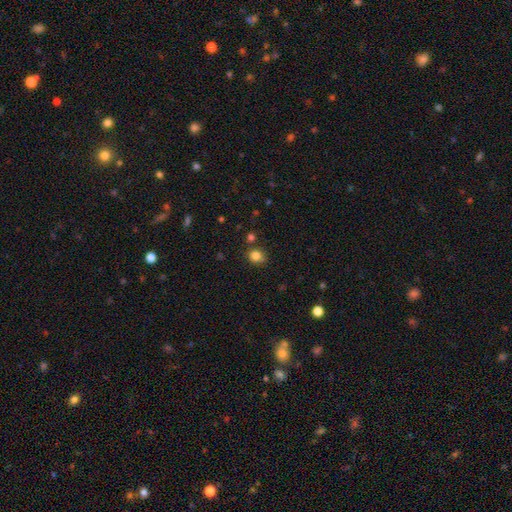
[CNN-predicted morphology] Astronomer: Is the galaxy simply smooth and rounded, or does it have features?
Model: smooth — 83%.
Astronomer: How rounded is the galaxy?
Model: round — 78%.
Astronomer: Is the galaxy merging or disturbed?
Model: none — 74%.